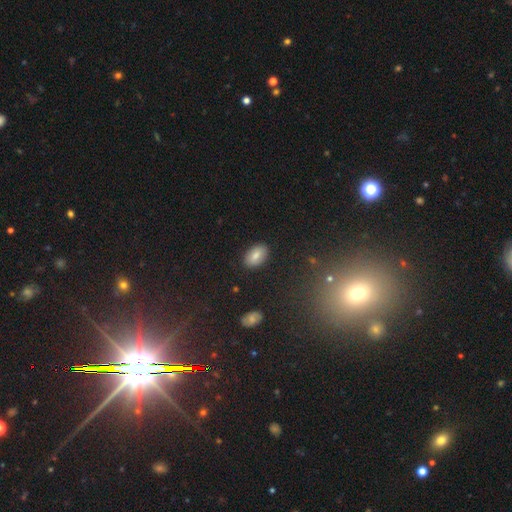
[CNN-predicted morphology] Overall: smooth (81%). How rounded: in between (92%). Merging: none (88%).